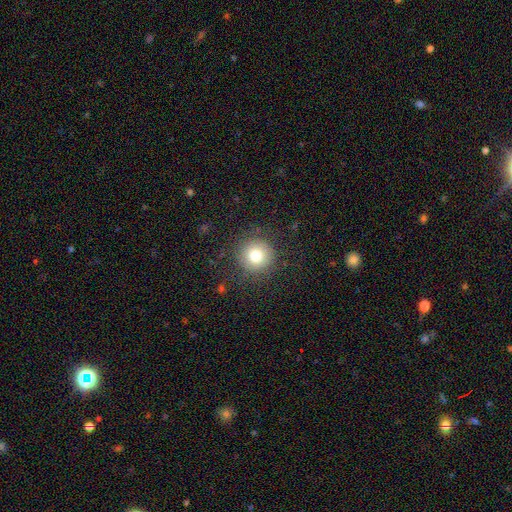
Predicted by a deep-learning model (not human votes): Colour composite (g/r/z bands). It shows a smooth galaxy with no disk features (79%) that is round (95%). Merging: none (87%).